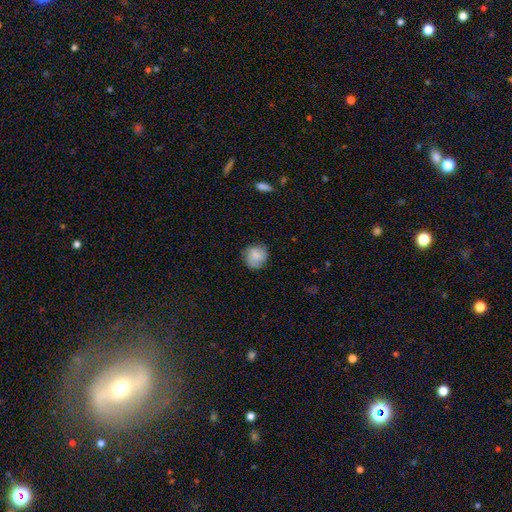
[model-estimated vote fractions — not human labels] A smooth galaxy with no disk features (82%) that is round (87%). Merging: none (77%).